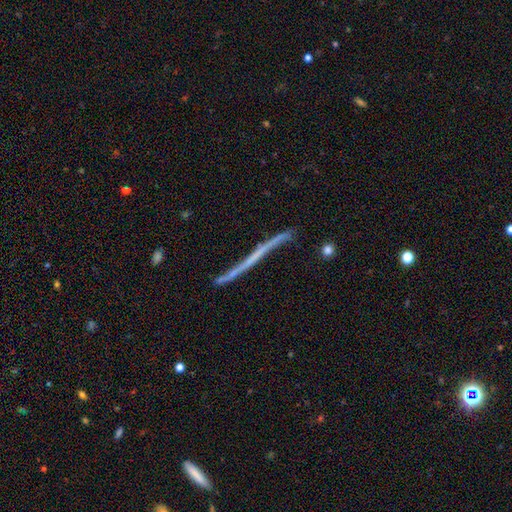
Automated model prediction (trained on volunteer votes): A featured or disk galaxy (70%) viewed edge-on (95%) with no central bulge (84%).

Vote fractions:
- Smooth or featured? featured or disk: 70% / smooth: 23% / star or artifact: 7%
- Edge-on disk? yes: 95% / no: 5%
- Edge-on bulge? none: 84% / rounded: 11% / boxy: 5%
- Merging? none: 82% / minor disturbance: 13% / major disturbance: 3% / merger: 2%